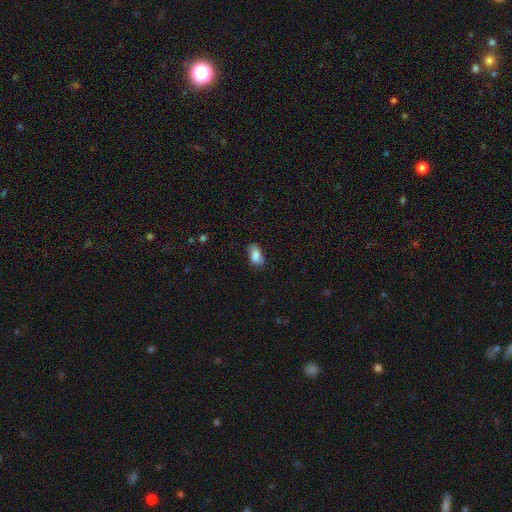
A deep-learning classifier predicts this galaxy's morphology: Smooth or featured? smooth (84%)
How rounded? in between (90%)
Merging? none (70%)